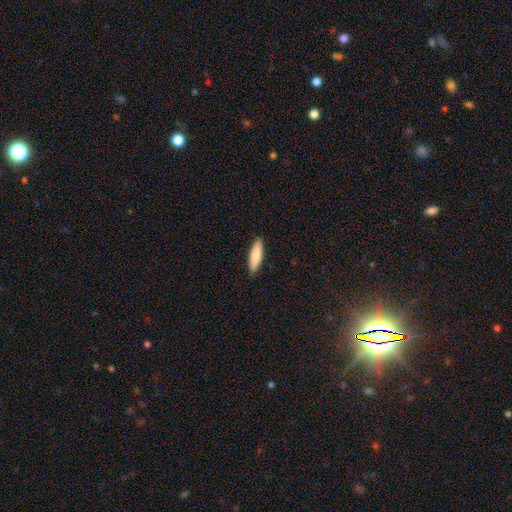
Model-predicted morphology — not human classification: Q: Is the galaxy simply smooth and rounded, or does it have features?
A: smooth — 83%.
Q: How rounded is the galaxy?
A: cigar-shaped — 64%.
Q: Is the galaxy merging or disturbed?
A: none — 90%.